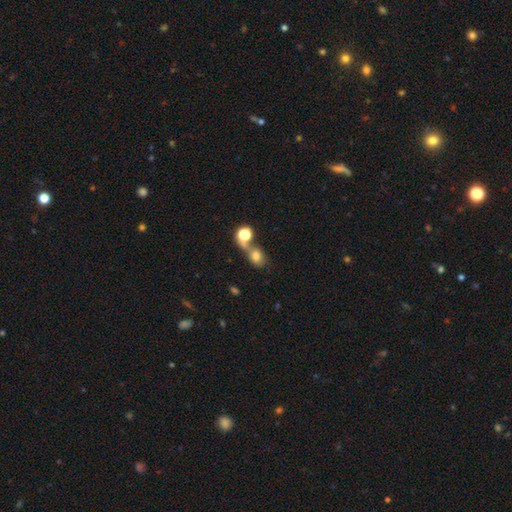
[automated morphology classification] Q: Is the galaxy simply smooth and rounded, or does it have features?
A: smooth — 73%.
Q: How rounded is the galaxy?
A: in between — 54%.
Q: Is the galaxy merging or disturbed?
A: merger — 48%.